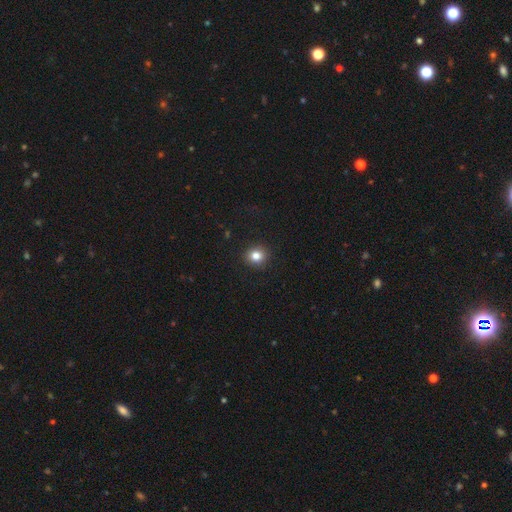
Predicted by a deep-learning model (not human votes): Smooth or featured?
  - smooth: 83% *
  - star or artifact: 11%
  - featured or disk: 6%
How rounded?
  - round: 86% *
  - in between: 14%
  - cigar-shaped: 1%
Merging?
  - none: 91% *
  - minor disturbance: 6%
  - major disturbance: 2%
  - merger: 1%